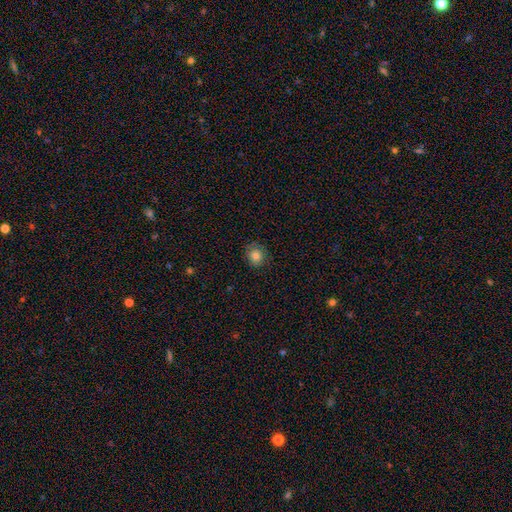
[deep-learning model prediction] A smooth galaxy with no disk features (82%) that is round (83%).

Vote fractions:
- Smooth or featured? smooth: 82% / star or artifact: 11% / featured or disk: 8%
- How rounded? round: 83% / in between: 17% / cigar-shaped: 1%
- Merging? none: 80% / minor disturbance: 15% / major disturbance: 4% / merger: 1%